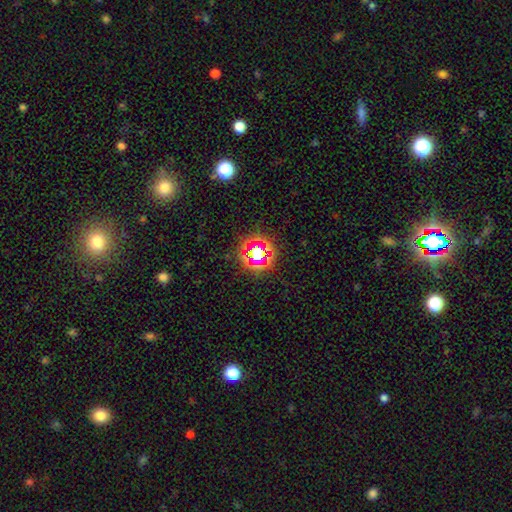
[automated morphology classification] smooth_or_featured: star or artifact (p=0.61) [alt: smooth p=0.27]